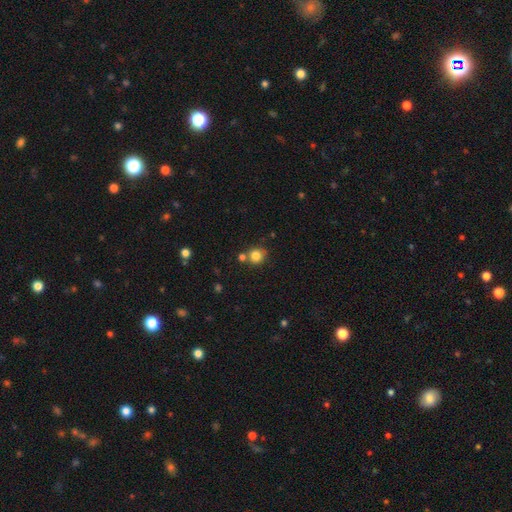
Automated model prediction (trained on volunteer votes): Smooth or featured? smooth (82%)
How rounded? round (87%)
Merging? none (69%)